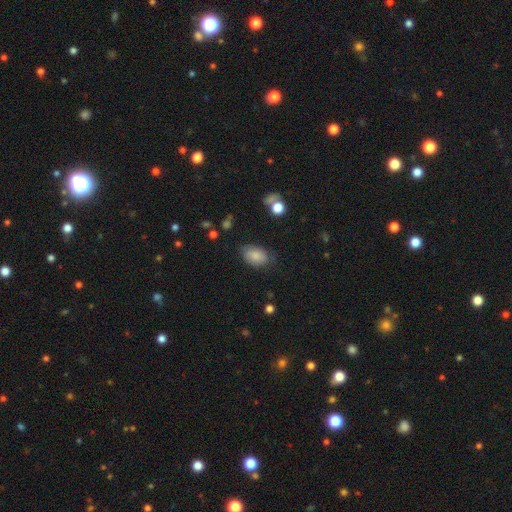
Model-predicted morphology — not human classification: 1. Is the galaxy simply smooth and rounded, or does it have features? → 82% smooth, 10% featured or disk, 8% star or artifact.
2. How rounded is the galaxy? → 87% in between, 12% round, 1% cigar-shaped.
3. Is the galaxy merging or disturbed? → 70% none, 22% minor disturbance, 6% major disturbance, 2% merger.